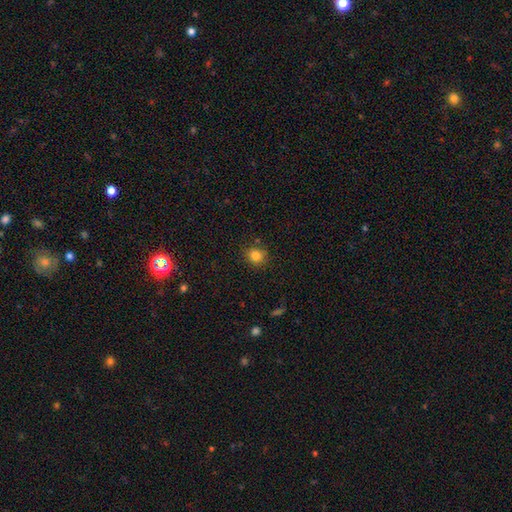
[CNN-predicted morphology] smooth-or-featured: smooth: 82% | star or artifact: 12% | featured or disk: 6%
  how-rounded: round: 86% | in between: 13% | cigar-shaped: 1%
  merging: none: 83% | minor disturbance: 11% | merger: 3% | major disturbance: 3%